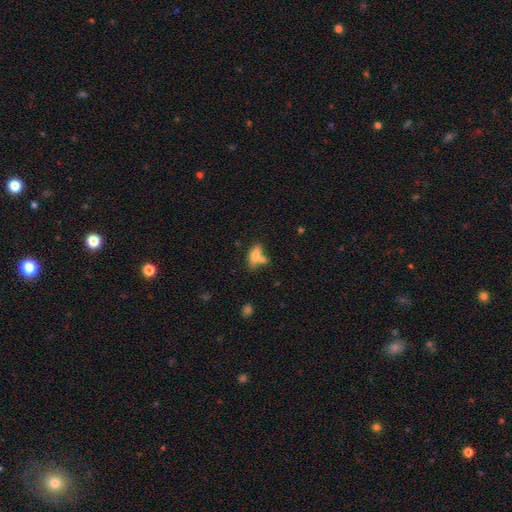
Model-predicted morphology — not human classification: smooth-or-featured: smooth: 72% | featured or disk: 20% | star or artifact: 8%
  how-rounded: in between: 68% | cigar-shaped: 28% | round: 4%
  merging: none: 45% | merger: 36% | minor disturbance: 13% | major disturbance: 6%